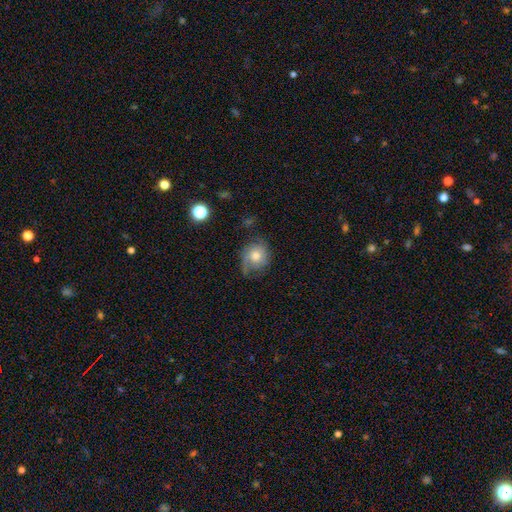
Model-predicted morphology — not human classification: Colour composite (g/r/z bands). It shows a smooth galaxy with no disk features (49%). Merging: none (55%).